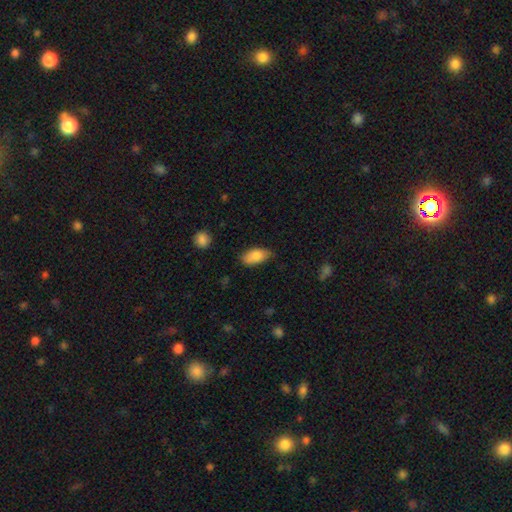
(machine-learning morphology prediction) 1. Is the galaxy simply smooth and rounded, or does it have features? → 84% smooth, 9% featured or disk, 7% star or artifact.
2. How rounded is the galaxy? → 91% in between, 5% cigar-shaped, 3% round.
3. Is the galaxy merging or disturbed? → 74% none, 21% minor disturbance, 4% major disturbance, 1% merger.